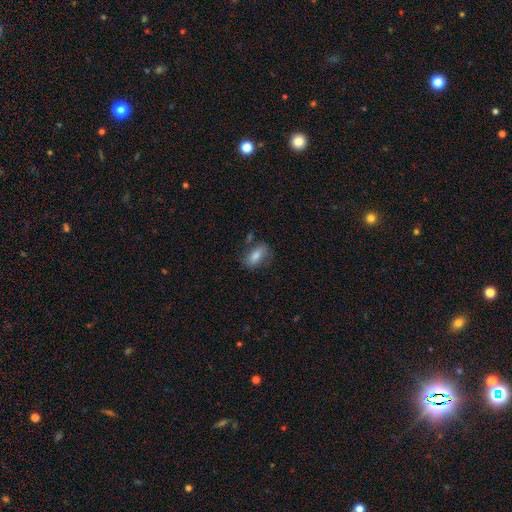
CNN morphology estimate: A smooth galaxy with no disk features (71%) that is in between round and cigar-shaped (85%).

Vote fractions:
- Smooth or featured? smooth: 71% / featured or disk: 21% / star or artifact: 8%
- How rounded? in between: 85% / cigar-shaped: 8% / round: 7%
- Merging? none: 65% / minor disturbance: 20% / major disturbance: 8% / merger: 7%